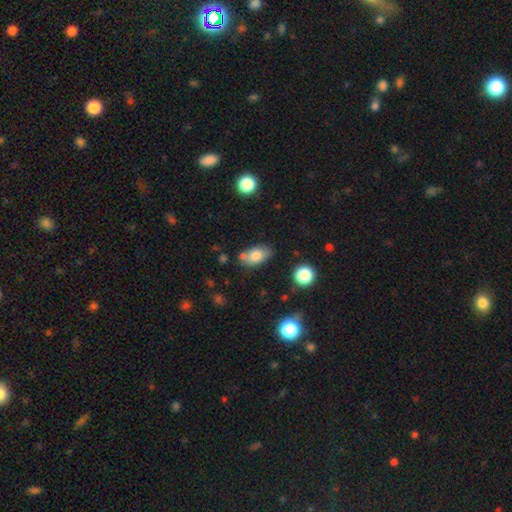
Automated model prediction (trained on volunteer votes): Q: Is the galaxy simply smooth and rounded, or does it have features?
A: smooth — 78%.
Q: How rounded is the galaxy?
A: in between — 88%.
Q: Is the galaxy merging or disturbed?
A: none — 65%.